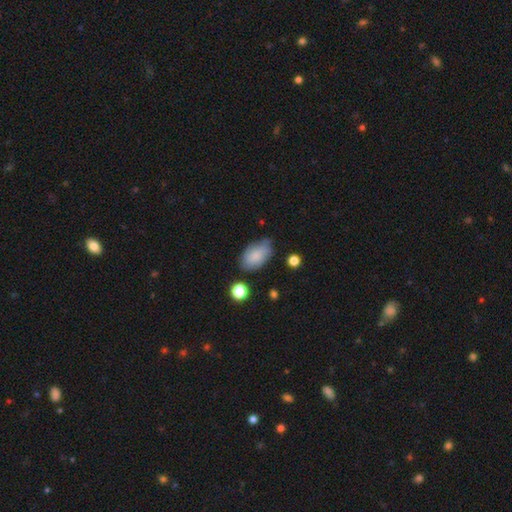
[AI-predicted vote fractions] This appears to be a smooth galaxy with no disk features (78%) that is in between round and cigar-shaped (92%). Merging: none (61%).